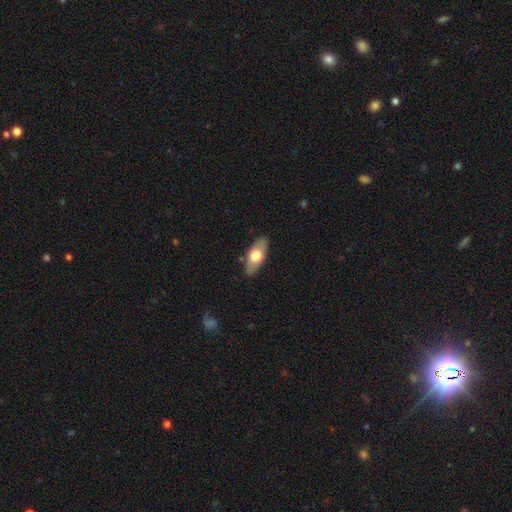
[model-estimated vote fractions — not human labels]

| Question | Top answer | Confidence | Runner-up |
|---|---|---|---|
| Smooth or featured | smooth | 62% | featured or disk (32%) |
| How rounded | in between | 83% | cigar-shaped (14%) |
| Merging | none | 85% | minor disturbance (12%) |